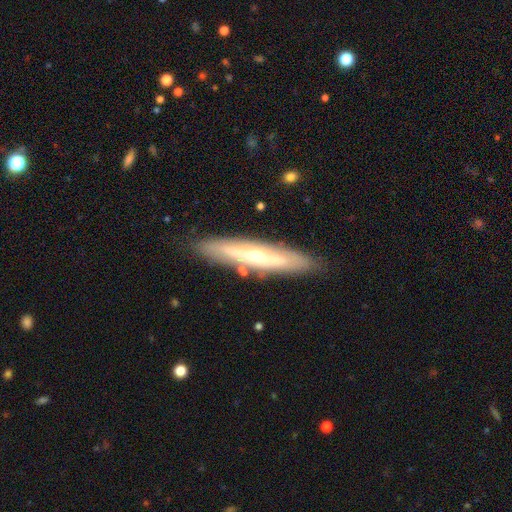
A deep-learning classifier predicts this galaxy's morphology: Smooth or featured? Predicted: featured or disk (p=0.61). Edge-on disk? Predicted: yes (p=0.66). Merging? Predicted: none (p=0.83).